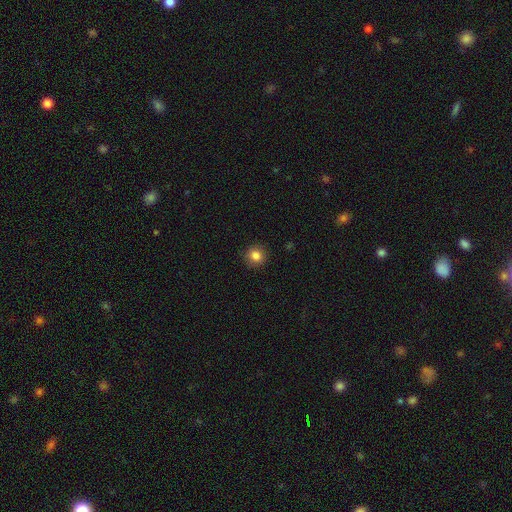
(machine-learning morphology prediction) A smooth galaxy with no disk features (84%) that is round (86%).

Vote fractions:
- Smooth or featured? smooth: 84% / star or artifact: 10% / featured or disk: 5%
- How rounded? round: 86% / in between: 13% / cigar-shaped: 1%
- Merging? none: 90% / minor disturbance: 7% / major disturbance: 2% / merger: 1%